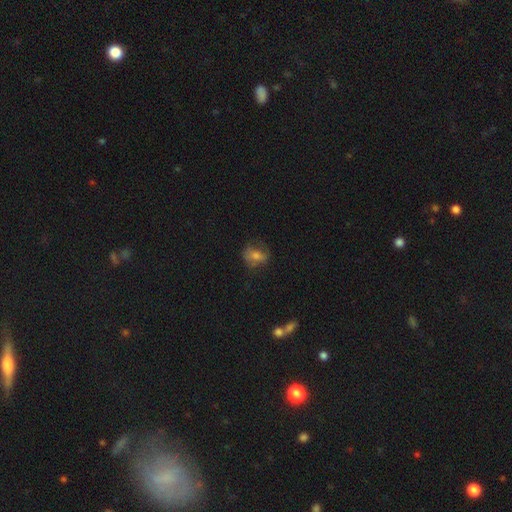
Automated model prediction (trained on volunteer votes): Smooth or featured? smooth (61%)
How rounded? in between (60%)
Merging? none (58%)